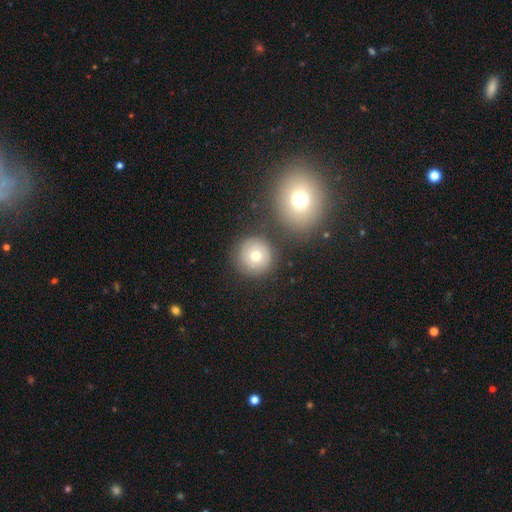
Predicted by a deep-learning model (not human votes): A smooth galaxy with no disk features (62%) that is round (92%).

Vote fractions:
- Smooth or featured? smooth: 62% / featured or disk: 28% / star or artifact: 10%
- How rounded? round: 92% / in between: 7% / cigar-shaped: 1%
- Merging? none: 79% / minor disturbance: 10% / merger: 7% / major disturbance: 4%